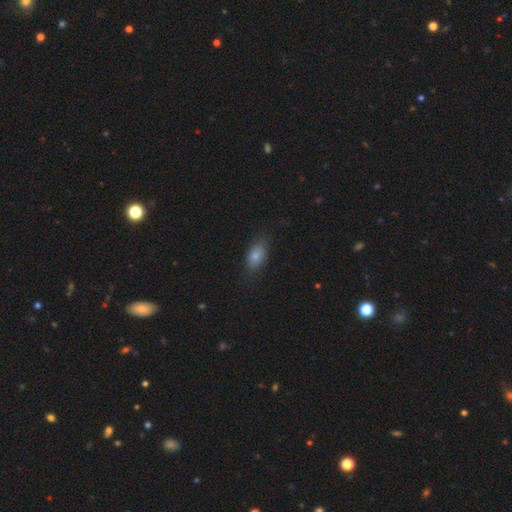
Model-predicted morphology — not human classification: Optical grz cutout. It shows a smooth galaxy with no disk features (80%) that is in between round and cigar-shaped (87%). Merging: none (77%).